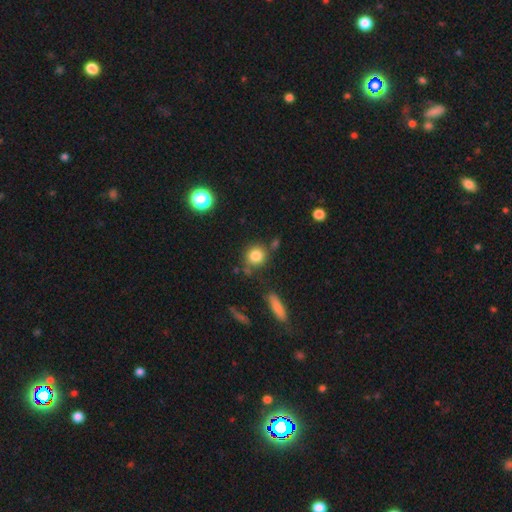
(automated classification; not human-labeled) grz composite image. It shows a smooth galaxy with no disk features (83%) that is round (85%). Merging: none (75%).